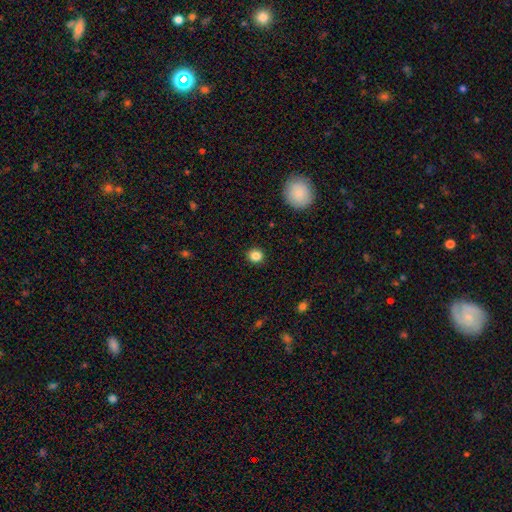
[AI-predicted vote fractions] A smooth galaxy with no disk features (85%) that is round (86%).

Vote fractions:
- Smooth or featured? smooth: 85% / star or artifact: 11% / featured or disk: 4%
- How rounded? round: 86% / in between: 13% / cigar-shaped: 1%
- Merging? none: 91% / minor disturbance: 6% / major disturbance: 2% / merger: 1%